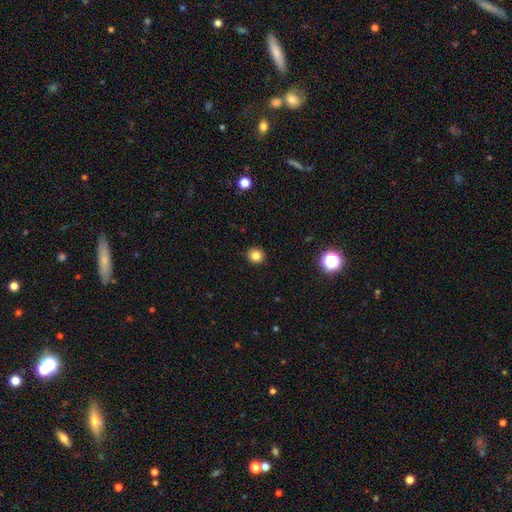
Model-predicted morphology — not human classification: A smooth galaxy with no disk features (83%) that is round (93%).

Vote fractions:
- Smooth or featured? smooth: 83% / star or artifact: 13% / featured or disk: 5%
- How rounded? round: 93% / in between: 6% / cigar-shaped: 1%
- Merging? none: 92% / minor disturbance: 5% / major disturbance: 2% / merger: 1%